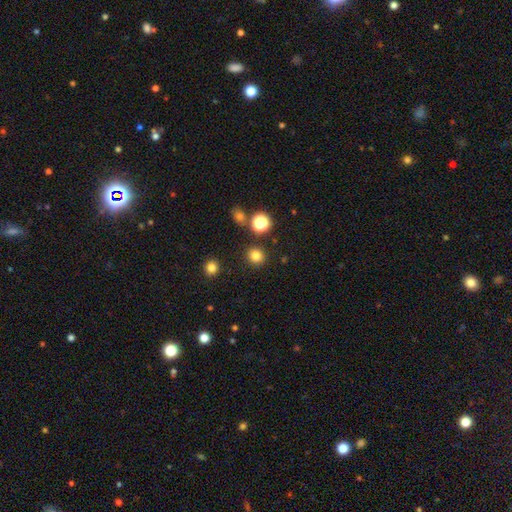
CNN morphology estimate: Smooth or featured?
  - smooth: 80% *
  - star or artifact: 15%
  - featured or disk: 5%
How rounded?
  - round: 88% *
  - in between: 11%
  - cigar-shaped: 1%
Merging?
  - none: 89% *
  - minor disturbance: 6%
  - merger: 3%
  - major disturbance: 2%